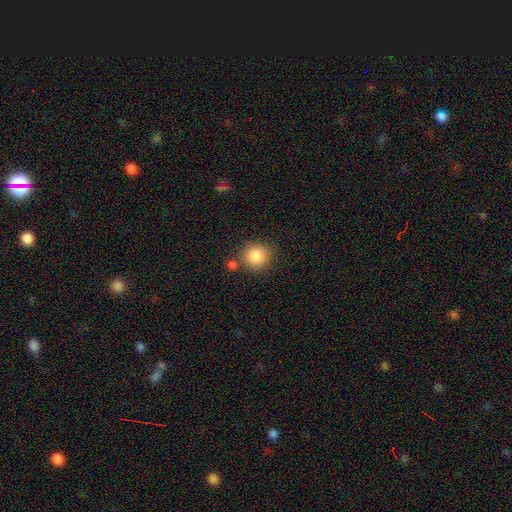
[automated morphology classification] type=smooth (87%); roundness=round (86%); merging=none (76%).